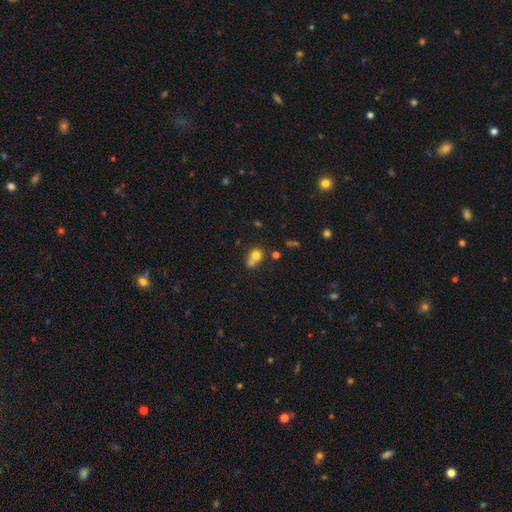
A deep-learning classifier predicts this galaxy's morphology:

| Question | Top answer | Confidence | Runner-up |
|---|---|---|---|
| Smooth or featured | smooth | 73% | featured or disk (15%) |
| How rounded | round | 70% | in between (29%) |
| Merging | merger | 54% | none (31%) |